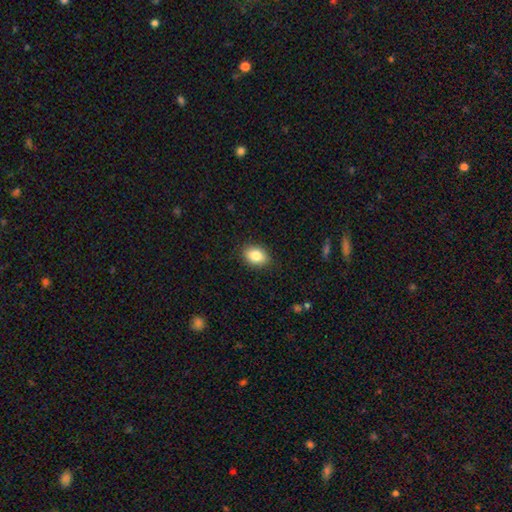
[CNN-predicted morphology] Smooth or featured?
  - smooth: 85% *
  - star or artifact: 8%
  - featured or disk: 8%
How rounded?
  - in between: 76% *
  - round: 22%
  - cigar-shaped: 1%
Merging?
  - none: 88% *
  - minor disturbance: 9%
  - major disturbance: 2%
  - merger: 1%